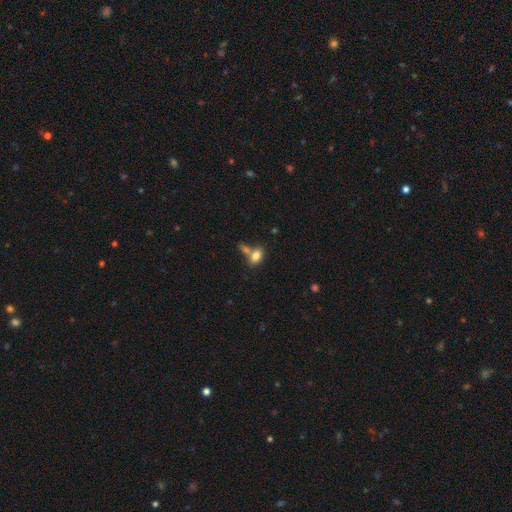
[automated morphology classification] Overall: smooth (81%). How rounded: in between (88%). Merging: none (47%; merger 38%).